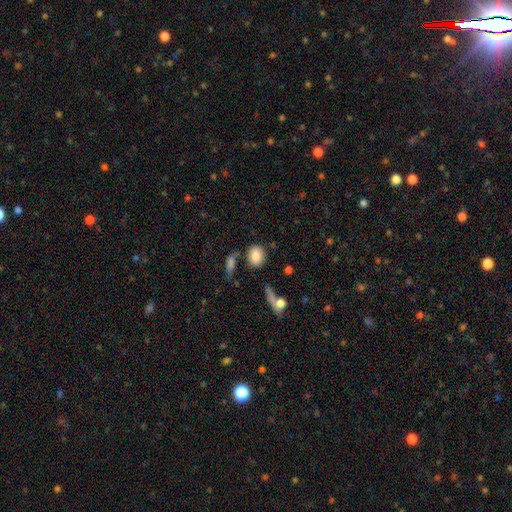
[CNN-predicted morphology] A smooth galaxy with no disk features (85%) that is in between round and cigar-shaped (49%). Merging: none (72%).